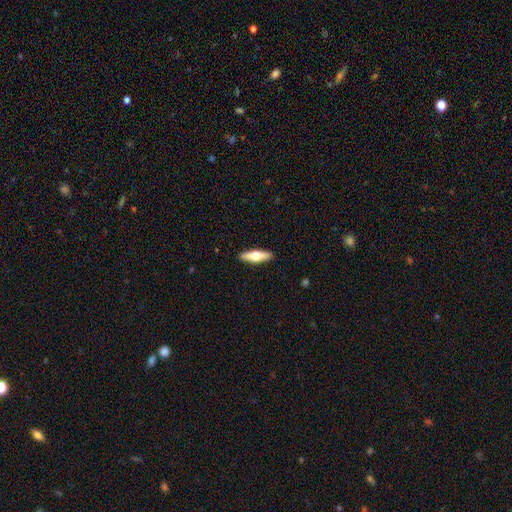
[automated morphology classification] A smooth galaxy with no disk features (51%) that is cigar-shaped (60%). Merging: none (91%).